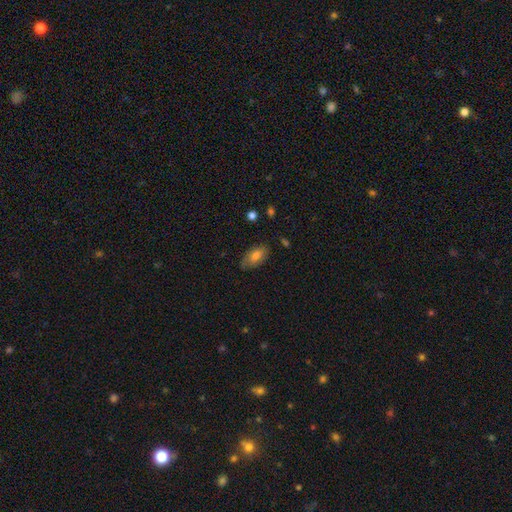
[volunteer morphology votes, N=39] smooth-or-featured: smooth: 82% | featured or disk: 10% | star or artifact: 8%
  how-rounded: in between: 94% | round: 3% | cigar-shaped: 3%
  merging: none: 81% | minor disturbance: 19% | major disturbance: 0% | merger: 0%